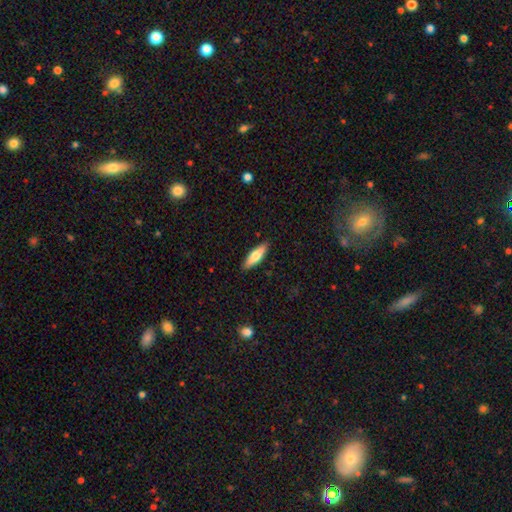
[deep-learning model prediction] smooth_or_featured: smooth (p=0.69) [alt: featured or disk p=0.26]
how_rounded: cigar-shaped (p=0.55) [alt: in between p=0.43]
merging: none (p=0.89) [alt: minor disturbance p=0.08]